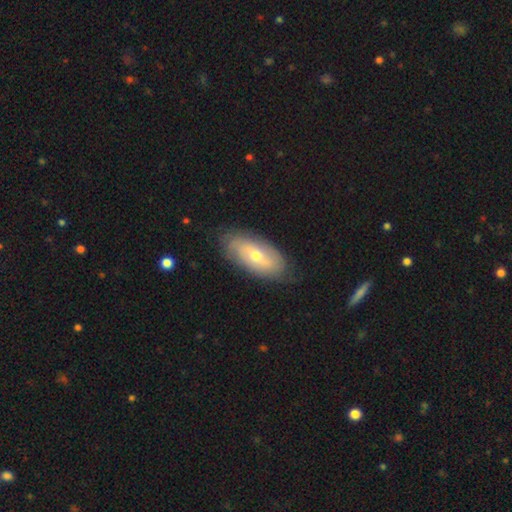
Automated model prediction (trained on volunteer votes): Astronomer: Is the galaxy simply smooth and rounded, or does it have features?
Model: featured or disk — 54% (runner-up: smooth, 39%).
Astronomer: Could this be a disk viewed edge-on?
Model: no — 86%.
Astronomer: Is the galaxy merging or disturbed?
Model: none — 80%.